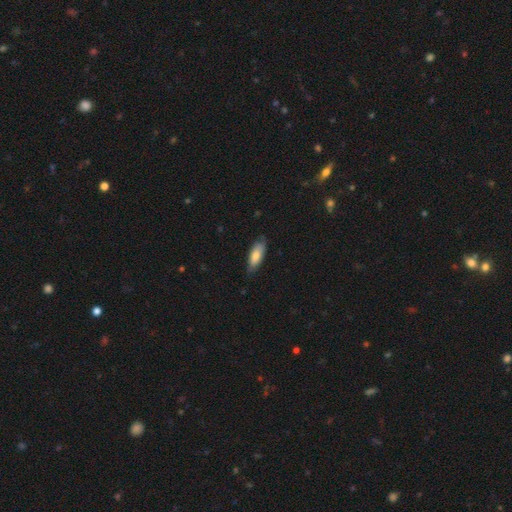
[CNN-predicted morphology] This appears to be a smooth galaxy with no disk features (76%) that is in between round and cigar-shaped (71%). Merging: none (75%).